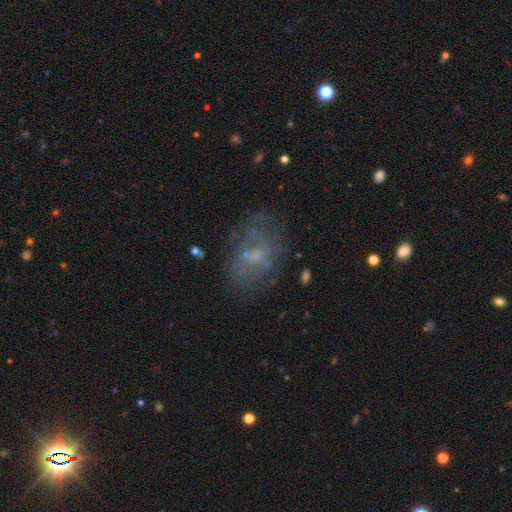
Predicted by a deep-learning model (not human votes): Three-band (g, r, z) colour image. It shows a featured or disk galaxy (47%). Merging: none (60%).